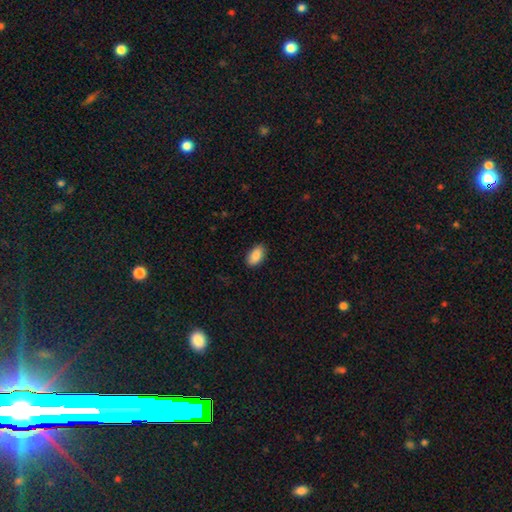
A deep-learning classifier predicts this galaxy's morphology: Smooth or featured: smooth — 88% (star or artifact — 7%)
How rounded: in between — 93% (round — 4%)
Merging: none — 87% (minor disturbance — 10%)